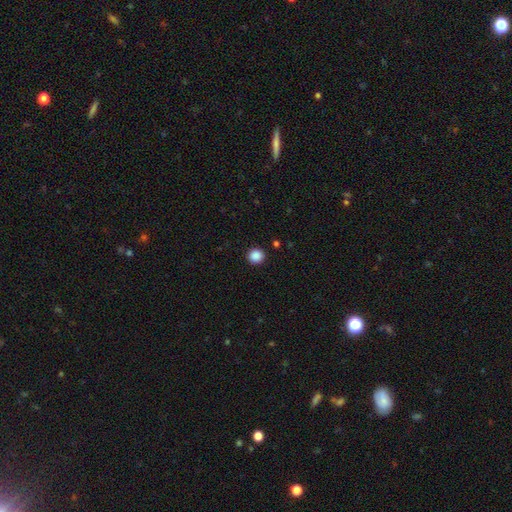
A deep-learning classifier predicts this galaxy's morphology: Overall: smooth (87%). How rounded: round (93%). Merging: none (92%).